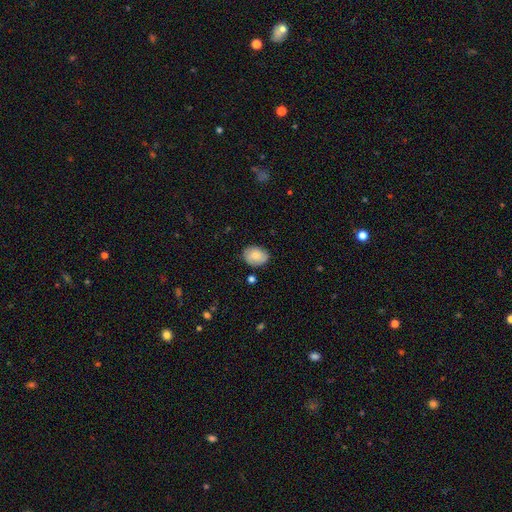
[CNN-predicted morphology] type=smooth (77%); roundness=in between (64%); merging=none (77%).